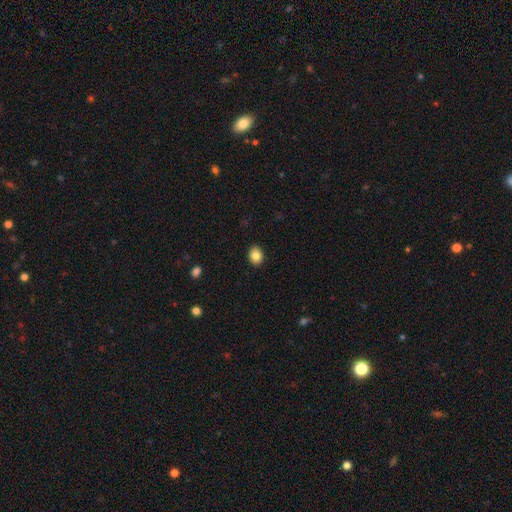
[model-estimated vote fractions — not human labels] Smooth or featured? Predicted: smooth (p=0.84). How rounded? Predicted: in between (p=0.55). Merging? Predicted: none (p=0.90).